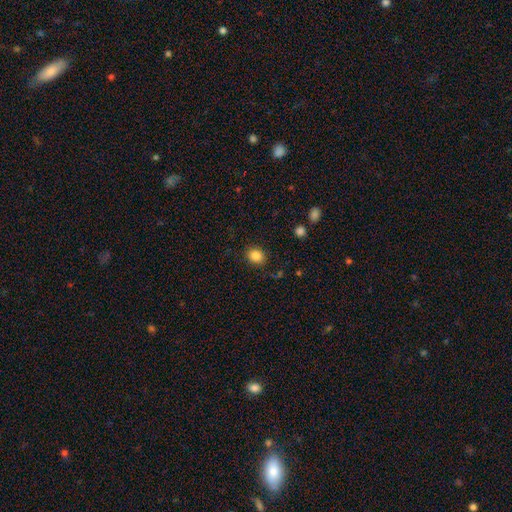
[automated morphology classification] Smooth or featured? smooth (86%)
How rounded? round (63%)
Merging? none (86%)